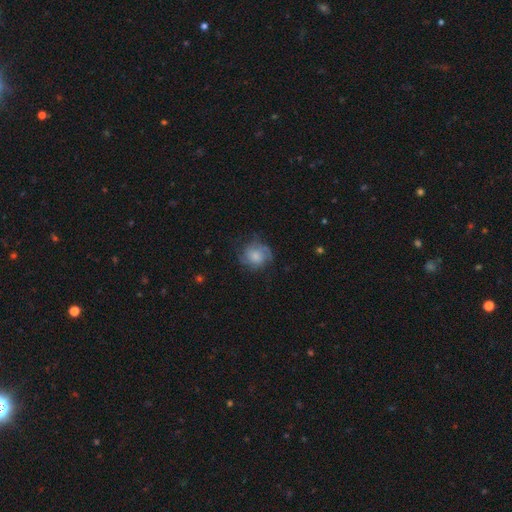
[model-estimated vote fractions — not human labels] smooth-or-featured: featured or disk: 53% | smooth: 38% | star or artifact: 8%
  disk-edge-on: no: 97% | yes: 3%
    bar: no: 75% | weak: 21% | strong: 3%
    has-spiral-arms: yes: 86% | no: 14%
    bulge-size: moderate: 35% | small: 30% | large: 17% | none: 15% | dominant: 3%
  merging: none: 64% | minor disturbance: 22% | major disturbance: 13% | merger: 1%